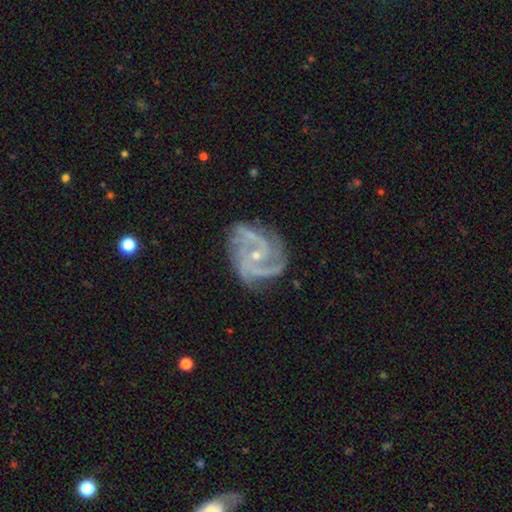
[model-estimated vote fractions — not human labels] This appears to be a featured or disk galaxy (91%) with no bar (62%), 3 (47%) medium (50%) spiral arms (98%) and a small central bulge (72%). Merging: none (70%).